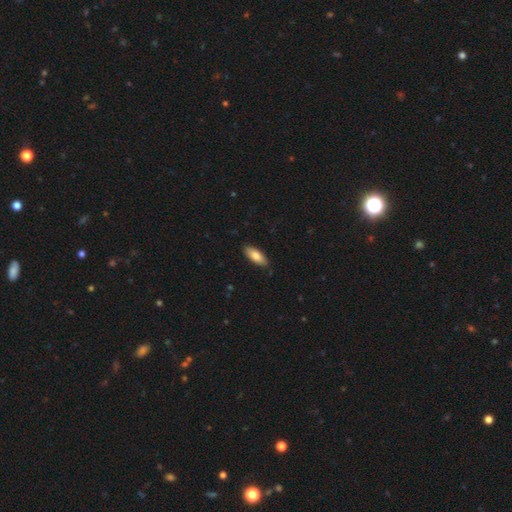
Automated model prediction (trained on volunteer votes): Smooth or featured?
  - smooth: 81% *
  - featured or disk: 13%
  - star or artifact: 6%
How rounded?
  - in between: 76% *
  - cigar-shaped: 23%
  - round: 2%
Merging?
  - none: 85% *
  - minor disturbance: 12%
  - major disturbance: 2%
  - merger: 1%